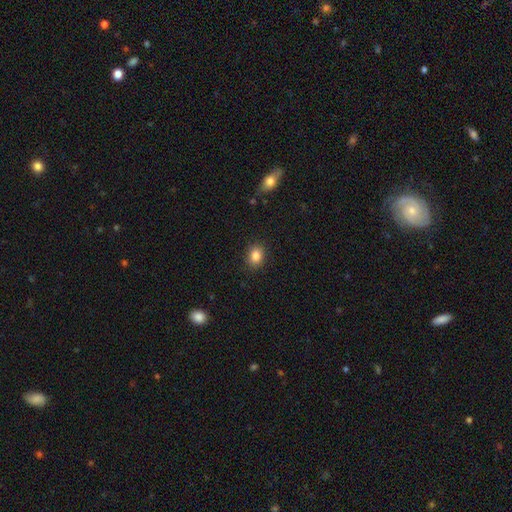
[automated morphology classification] smooth 85%, star or artifact 10%, featured or disk 6%. Down the decision tree: how rounded — round (50%); merging — none (88%).